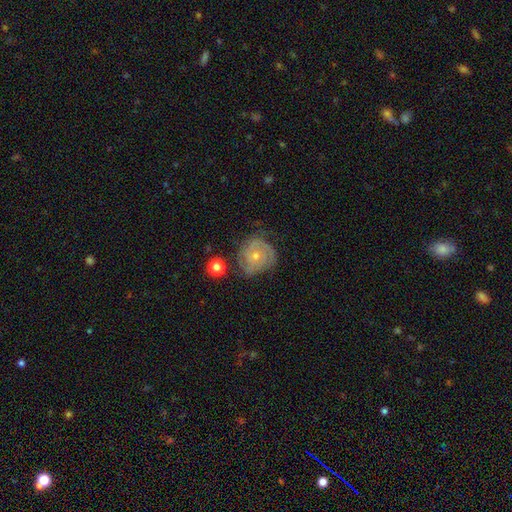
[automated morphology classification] A featured or disk galaxy (78%) with no bar (76%), 3 (31%) tight (66%) spiral arms (93%) and a small central bulge (59%).

Vote fractions:
- Smooth or featured? featured or disk: 78% / smooth: 15% / star or artifact: 7%
- Edge-on disk? no: 98% / yes: 2%
- Bar? no: 76% / weak: 20% / strong: 3%
- Spiral arms? yes: 93% / no: 7%
- Spiral winding? tight: 66% / medium: 27% / loose: 6%
- Spiral arm count? 3: 31% / 2: 28% / can't tell: 25% / 4: 7% / 1: 5% / more than 4: 4%
- Bulge size? small: 59% / moderate: 37% / none: 2% / large: 1% / dominant: 1%
- Merging? none: 66% / minor disturbance: 23% / major disturbance: 9% / merger: 2%